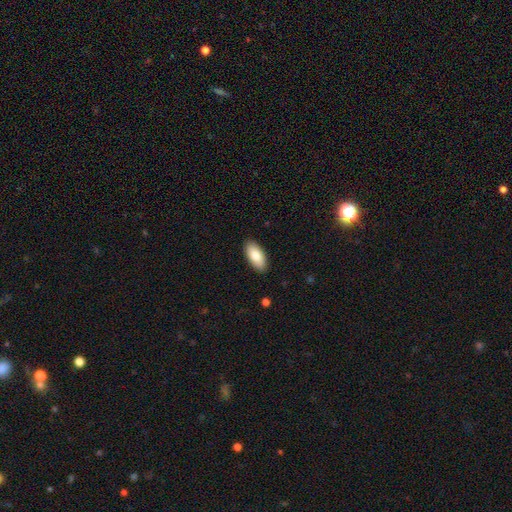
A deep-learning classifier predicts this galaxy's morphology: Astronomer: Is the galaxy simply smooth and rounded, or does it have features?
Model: smooth — 83%.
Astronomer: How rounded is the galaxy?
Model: in between — 90%.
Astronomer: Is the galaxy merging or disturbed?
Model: none — 89%.